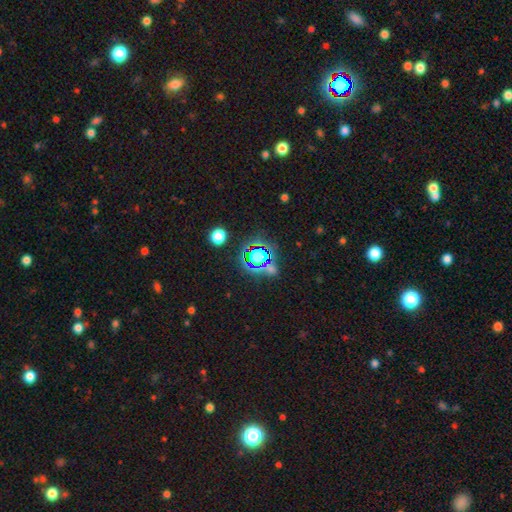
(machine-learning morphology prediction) A star or artifact, not a galaxy (62%).